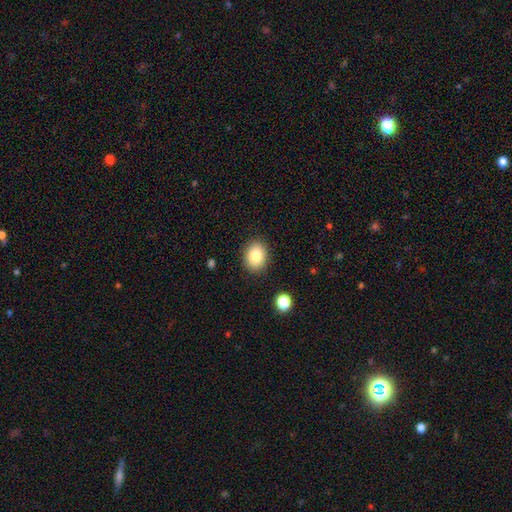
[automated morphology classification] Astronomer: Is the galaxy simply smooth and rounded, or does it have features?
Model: smooth — 82%.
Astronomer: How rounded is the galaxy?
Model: in between — 52% (runner-up: round, 47%).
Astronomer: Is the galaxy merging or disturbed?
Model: none — 88%.